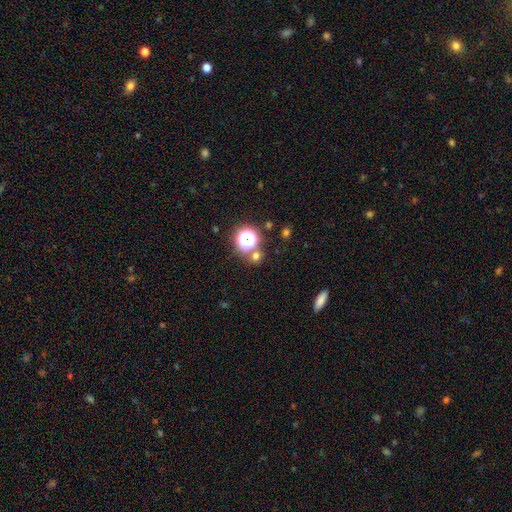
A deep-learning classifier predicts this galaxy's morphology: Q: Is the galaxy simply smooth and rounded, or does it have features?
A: smooth — 59%.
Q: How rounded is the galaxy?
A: round — 85%.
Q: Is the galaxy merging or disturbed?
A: none — 69%.